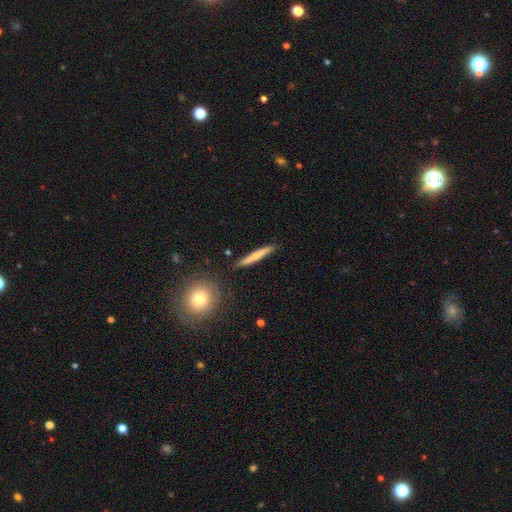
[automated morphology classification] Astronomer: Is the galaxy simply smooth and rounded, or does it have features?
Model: smooth — 64%.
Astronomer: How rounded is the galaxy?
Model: cigar-shaped — 95%.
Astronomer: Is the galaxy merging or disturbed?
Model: none — 87%.